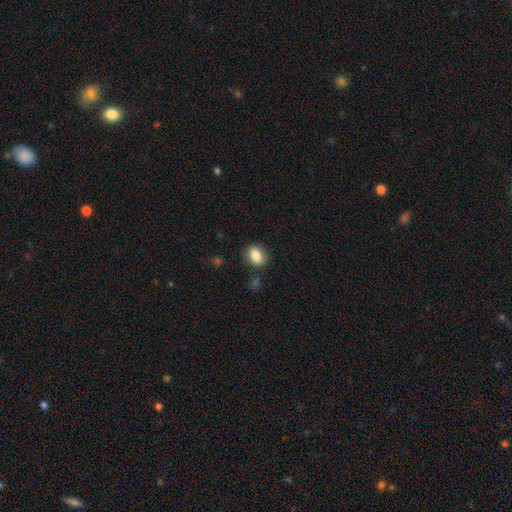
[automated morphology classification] Smooth or featured? smooth (85%)
How rounded? in between (74%)
Merging? none (79%)